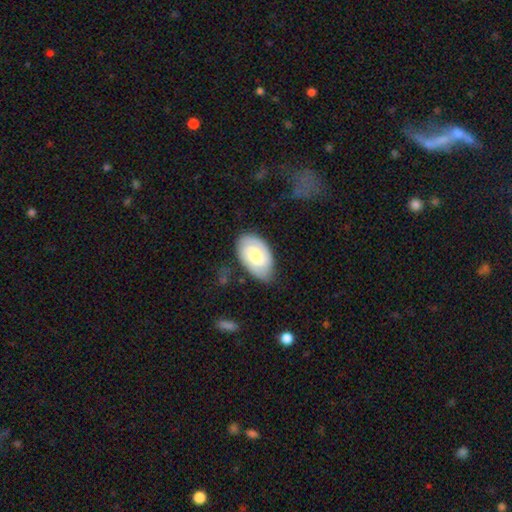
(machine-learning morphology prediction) Q: Smooth or featured?
A: featured or disk (52%); runner-up: smooth (43%)
Q: Edge-on disk?
A: no (94%); runner-up: yes (6%)
Q: Merging?
A: none (77%); runner-up: minor disturbance (17%)